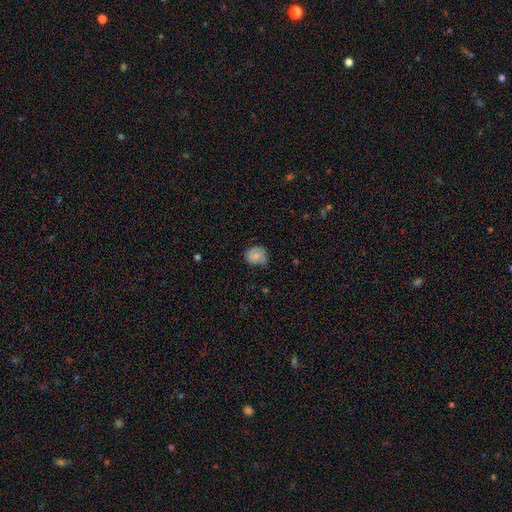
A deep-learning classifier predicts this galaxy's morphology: smooth_or_featured: smooth (p=0.54) [alt: featured or disk p=0.38]
how_rounded: round (p=0.68) [alt: in between p=0.31]
merging: none (p=0.67) [alt: minor disturbance p=0.25]